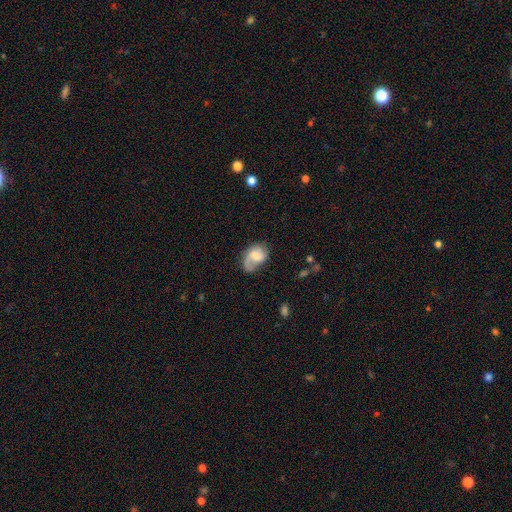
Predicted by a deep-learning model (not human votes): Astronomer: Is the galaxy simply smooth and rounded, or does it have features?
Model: featured or disk — 61%.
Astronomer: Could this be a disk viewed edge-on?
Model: no — 97%.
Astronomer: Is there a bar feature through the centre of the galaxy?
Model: no — 47% (runner-up: weak, 44%).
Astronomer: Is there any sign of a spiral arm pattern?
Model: yes — 90%.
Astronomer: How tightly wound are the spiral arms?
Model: loose — 41% (runner-up: medium, 40%).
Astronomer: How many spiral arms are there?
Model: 1 — 47% (runner-up: 2, 44%).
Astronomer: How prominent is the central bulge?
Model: moderate — 37% (runner-up: small, 33%).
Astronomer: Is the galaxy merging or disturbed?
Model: none — 50% (runner-up: minor disturbance, 26%).